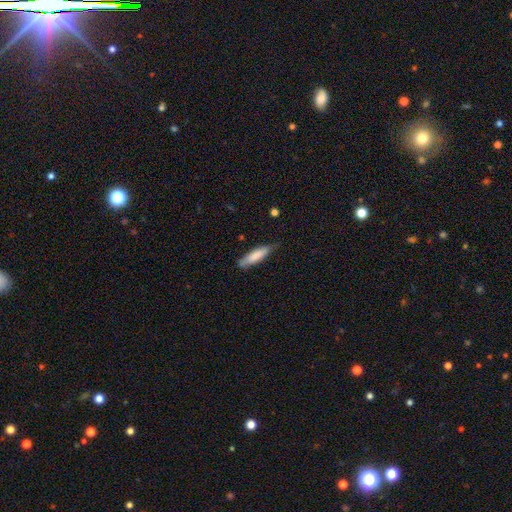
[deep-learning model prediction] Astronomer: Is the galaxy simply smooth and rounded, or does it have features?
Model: smooth — 76%.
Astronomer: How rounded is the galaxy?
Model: cigar-shaped — 73%.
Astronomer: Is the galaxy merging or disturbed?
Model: none — 67%.